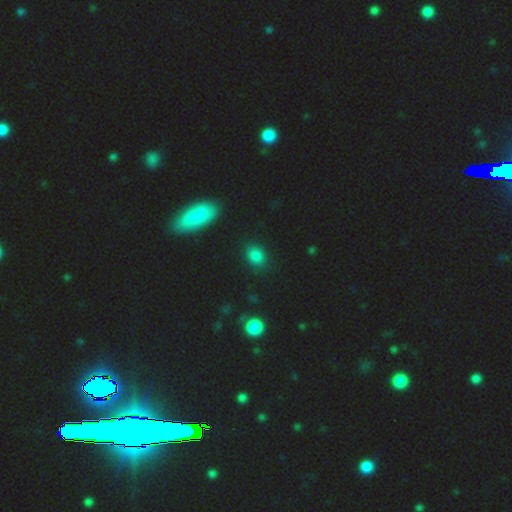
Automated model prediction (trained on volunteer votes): Smooth or featured? smooth (78%)
How rounded? in between (53%)
Merging? none (87%)